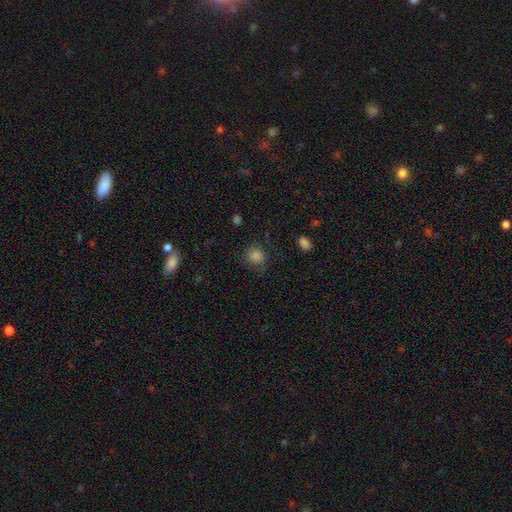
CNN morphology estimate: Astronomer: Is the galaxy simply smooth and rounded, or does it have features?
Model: smooth — 81%.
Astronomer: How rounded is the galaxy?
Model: round — 85%.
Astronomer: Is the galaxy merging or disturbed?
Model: none — 82%.